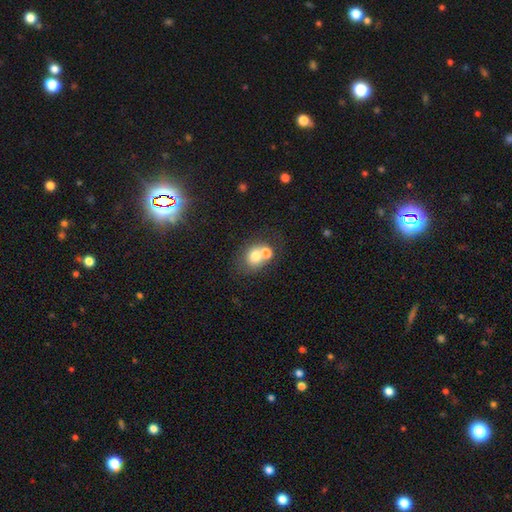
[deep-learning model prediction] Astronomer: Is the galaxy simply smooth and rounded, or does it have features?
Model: smooth — 71%.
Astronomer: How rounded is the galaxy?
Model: round — 62%.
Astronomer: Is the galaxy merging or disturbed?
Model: merger — 50% (runner-up: none, 36%).